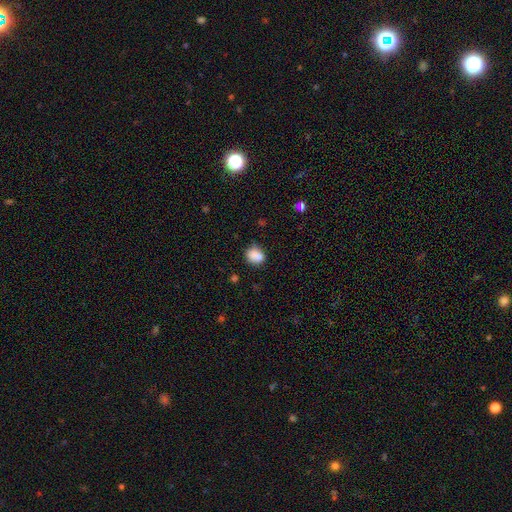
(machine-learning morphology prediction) A smooth galaxy with no disk features (80%) that is round (54%). Merging: none (55%).